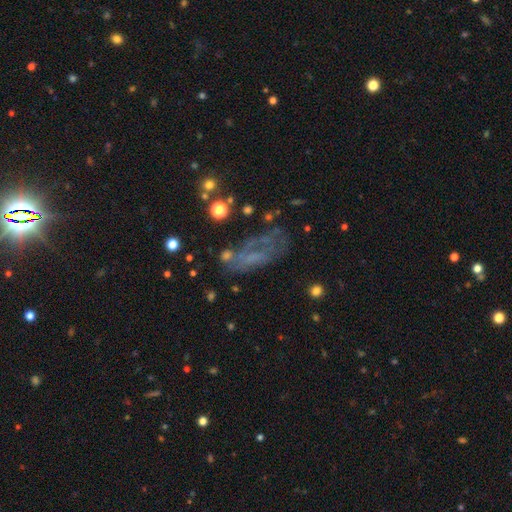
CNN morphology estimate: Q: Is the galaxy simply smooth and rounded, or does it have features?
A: featured or disk — 52%.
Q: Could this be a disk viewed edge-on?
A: no — 90%.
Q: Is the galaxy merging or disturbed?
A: none — 42%.